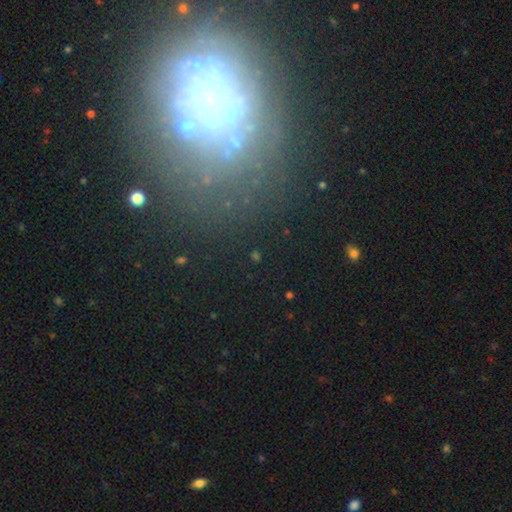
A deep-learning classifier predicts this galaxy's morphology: Overall: star or artifact (52%; smooth 29%).